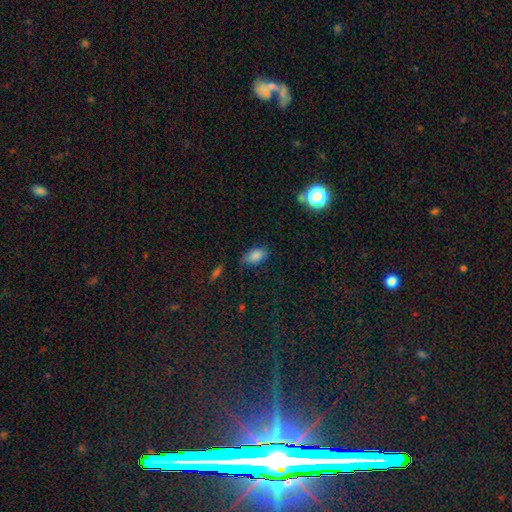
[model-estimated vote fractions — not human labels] Smooth or featured? smooth (82%)
How rounded? in between (91%)
Merging? none (70%)